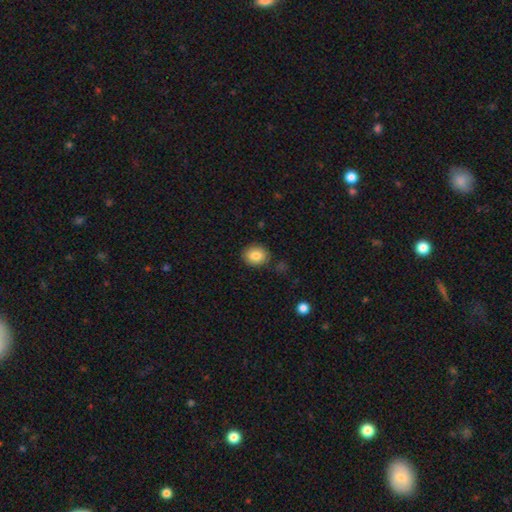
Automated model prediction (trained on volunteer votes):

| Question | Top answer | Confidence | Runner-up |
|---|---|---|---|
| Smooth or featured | smooth | 84% | star or artifact (9%) |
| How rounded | round | 65% | in between (35%) |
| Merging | none | 84% | minor disturbance (11%) |